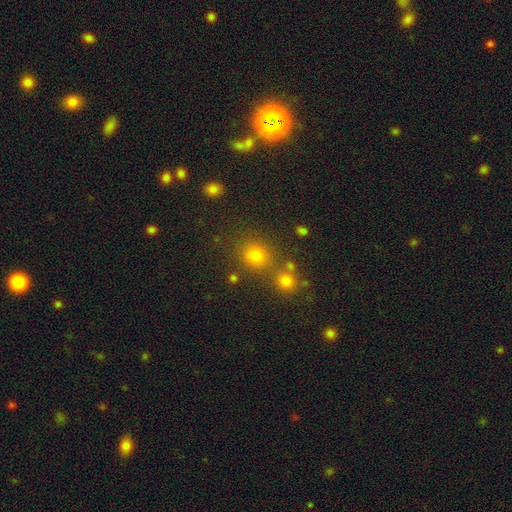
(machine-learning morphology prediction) smooth-or-featured: smooth: 73% | star or artifact: 21% | featured or disk: 7%
  how-rounded: round: 85% | in between: 14% | cigar-shaped: 1%
  merging: none: 71% | merger: 17% | minor disturbance: 9% | major disturbance: 4%